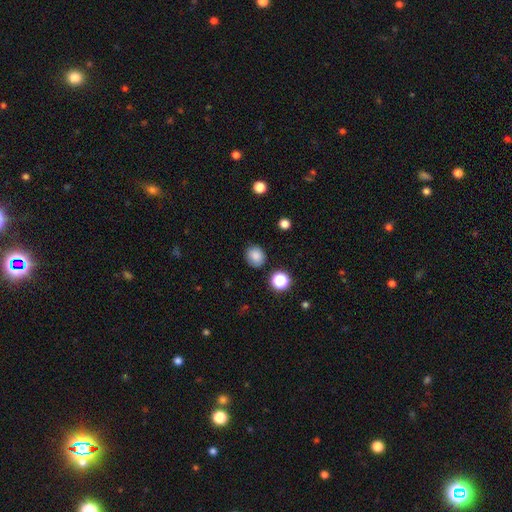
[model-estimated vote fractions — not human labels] This appears to be a smooth galaxy with no disk features (84%) that is round (77%). Merging: none (85%).